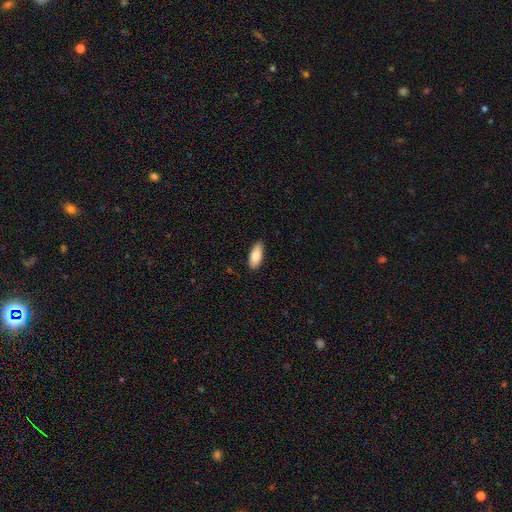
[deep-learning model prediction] The model was most divided on "how rounded": in between: 82%, cigar-shaped: 16%, round: 2%. More confident: merging — none (84%); smooth or featured — smooth (84%).